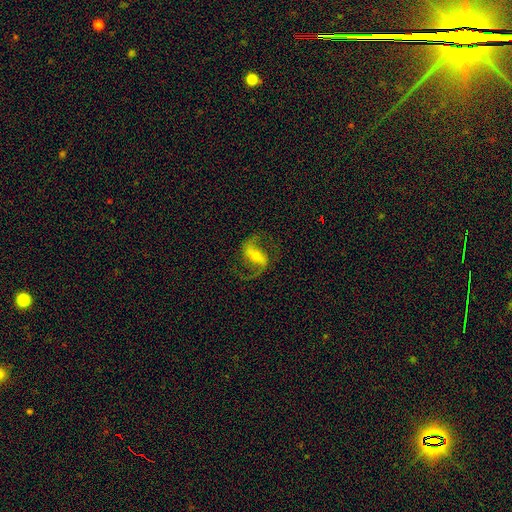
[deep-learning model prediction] A featured or disk galaxy (87%) with a strong bar (50%), 2 (93%) loose (47%) spiral arms (96%) and a small central bulge (50%). Merging: none (79%).